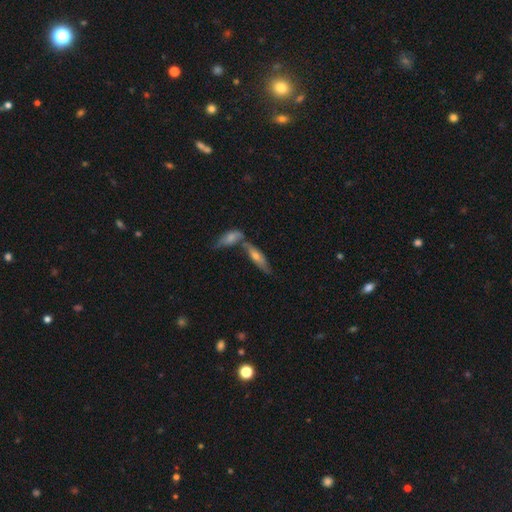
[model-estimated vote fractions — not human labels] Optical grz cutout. It shows a featured or disk galaxy (53%) viewed edge-on (75%). Merging: none (48%).